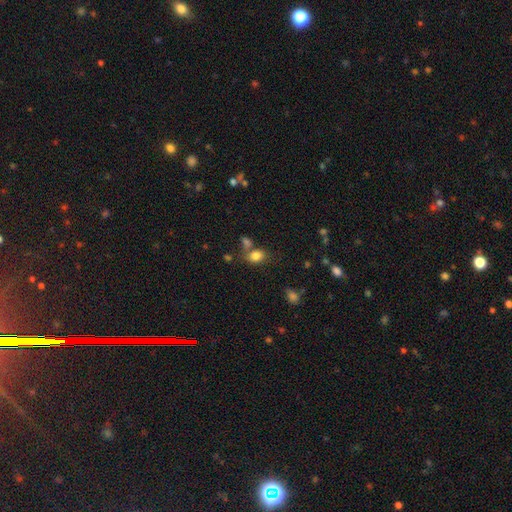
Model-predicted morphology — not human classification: This appears to be a smooth galaxy with no disk features (82%) that is in between round and cigar-shaped (71%). Merging: none (59%).